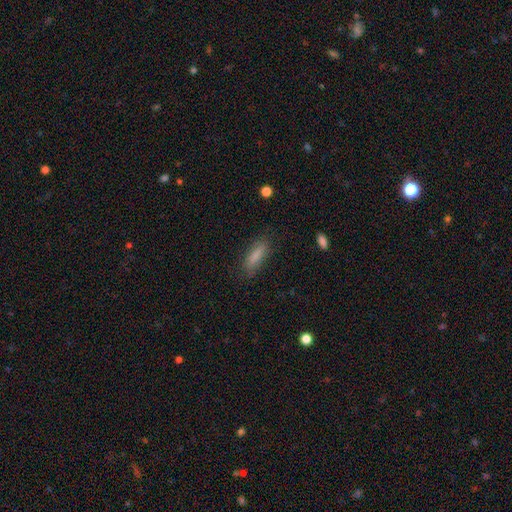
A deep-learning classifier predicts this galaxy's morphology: type=smooth (82%); roundness=cigar-shaped (51%); merging=none (82%).